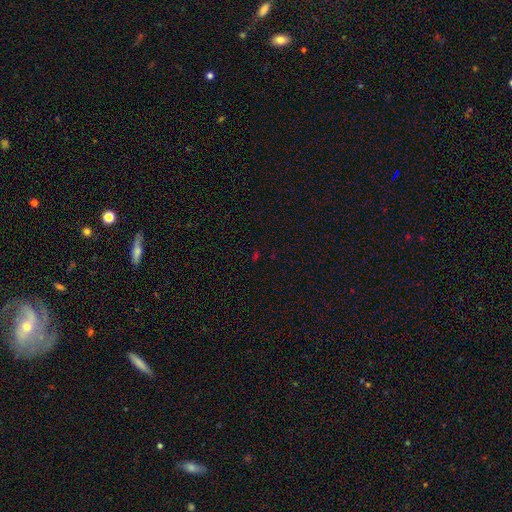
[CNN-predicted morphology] This is likely a star or artifact rather than a galaxy (61%).